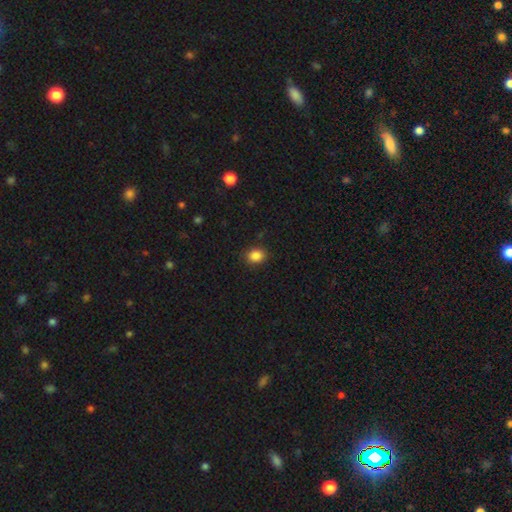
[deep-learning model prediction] smooth-or-featured: smooth: 86% | star or artifact: 10% | featured or disk: 4%
  how-rounded: round: 53% | in between: 46% | cigar-shaped: 1%
  merging: none: 87% | minor disturbance: 10% | major disturbance: 2% | merger: 1%